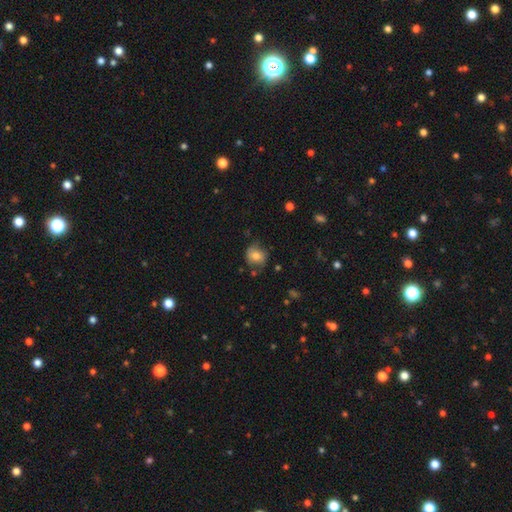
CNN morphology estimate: This appears to be a smooth galaxy with no disk features (67%) that is round (70%). Merging: none (64%).